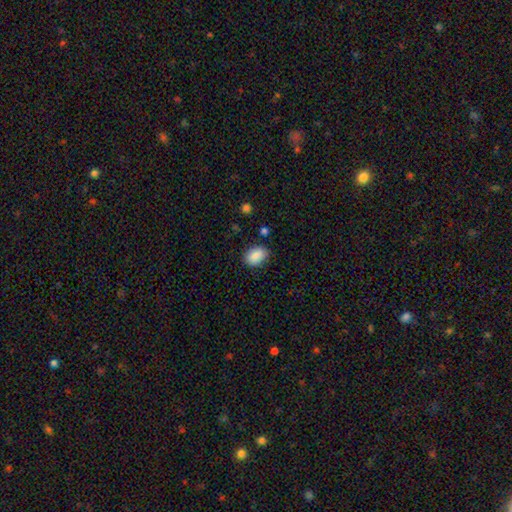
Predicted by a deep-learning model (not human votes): Overall: smooth (88%). How rounded: in between (82%). Merging: none (82%).